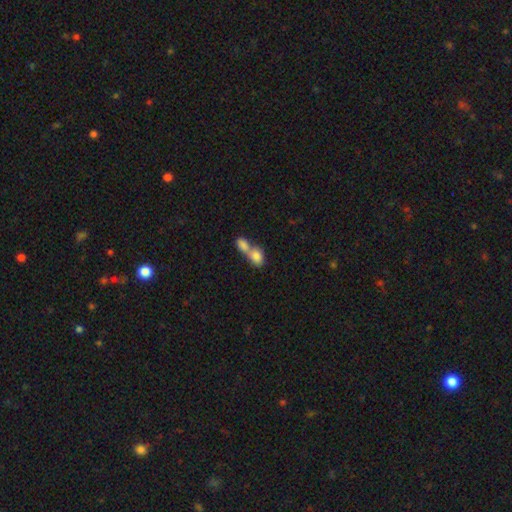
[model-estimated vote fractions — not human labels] Smooth or featured? smooth (82%)
How rounded? in between (72%)
Merging? merger (73%)